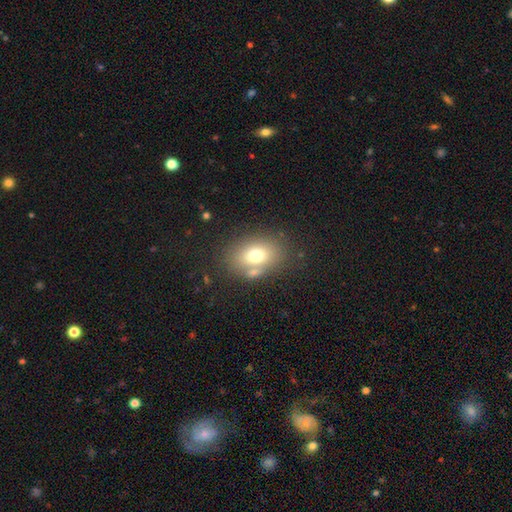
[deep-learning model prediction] A smooth galaxy with no disk features (71%) that is in between round and cigar-shaped (74%).

Vote fractions:
- Smooth or featured? smooth: 71% / featured or disk: 17% / star or artifact: 12%
- How rounded? in between: 74% / round: 25% / cigar-shaped: 1%
- Merging? none: 66% / merger: 14% / minor disturbance: 14% / major disturbance: 6%